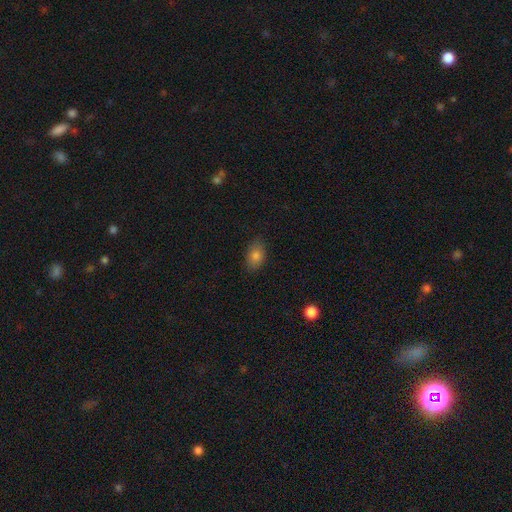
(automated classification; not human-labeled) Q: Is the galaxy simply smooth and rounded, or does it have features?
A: smooth — 82%.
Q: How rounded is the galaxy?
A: in between — 85%.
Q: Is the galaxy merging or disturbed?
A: none — 82%.